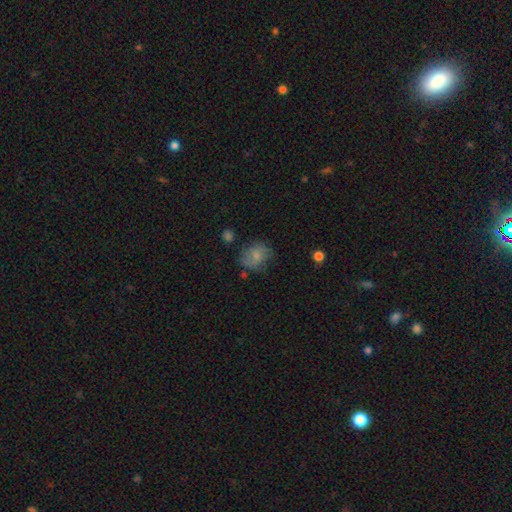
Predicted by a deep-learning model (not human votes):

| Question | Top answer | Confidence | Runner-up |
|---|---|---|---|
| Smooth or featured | smooth | 71% | featured or disk (20%) |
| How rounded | in between | 50% | round (49%) |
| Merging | none | 60% | minor disturbance (26%) |